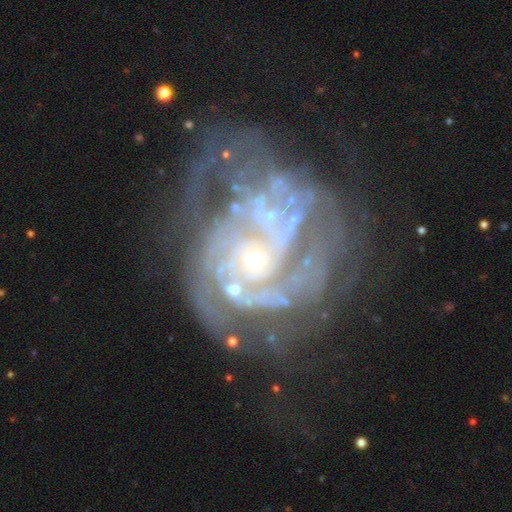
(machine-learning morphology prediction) featured or disk 85%, star or artifact 9%, smooth 6%. Down the decision tree: edge-on disk — no (98%); bar — no (74%); spiral arms — yes (86%); spiral arm count — can't tell (32%); spiral winding — tight (45%); bulge size — small (74%); merging — none (38%).